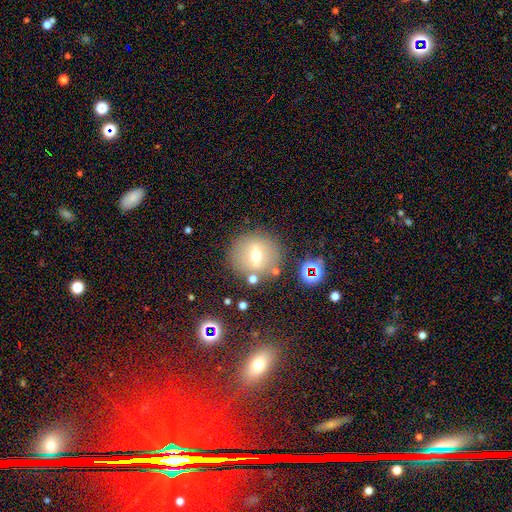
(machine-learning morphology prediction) Overall: smooth (49%; featured or disk 37%). Merging: none (81%).